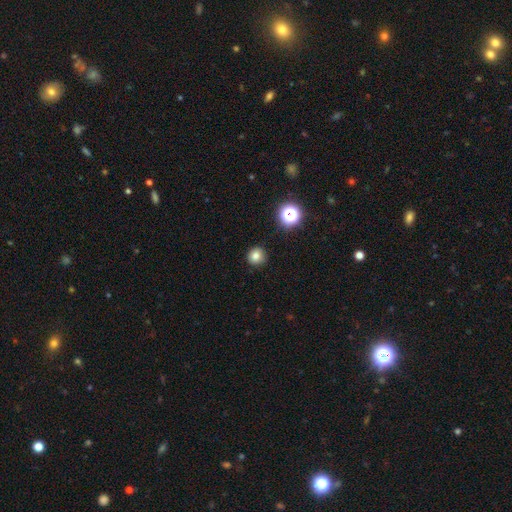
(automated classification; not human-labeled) Smooth or featured?
  - smooth: 79% *
  - star or artifact: 15%
  - featured or disk: 6%
How rounded?
  - round: 92% *
  - in between: 7%
  - cigar-shaped: 1%
Merging?
  - none: 89% *
  - minor disturbance: 7%
  - major disturbance: 2%
  - merger: 1%